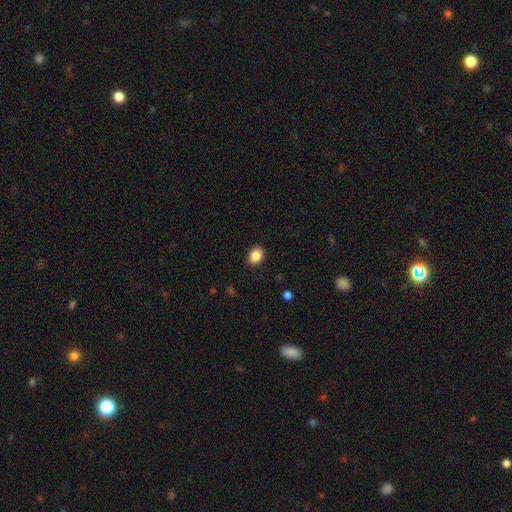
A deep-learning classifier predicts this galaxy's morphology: The model was most divided on "how rounded": in between: 59%, round: 40%, cigar-shaped: 1%. More confident: merging — none (89%); smooth or featured — smooth (87%).